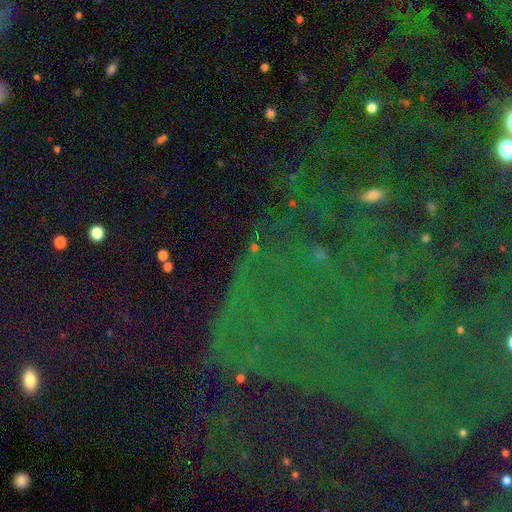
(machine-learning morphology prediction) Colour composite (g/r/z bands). It shows a star or artifact, not a galaxy (80%).